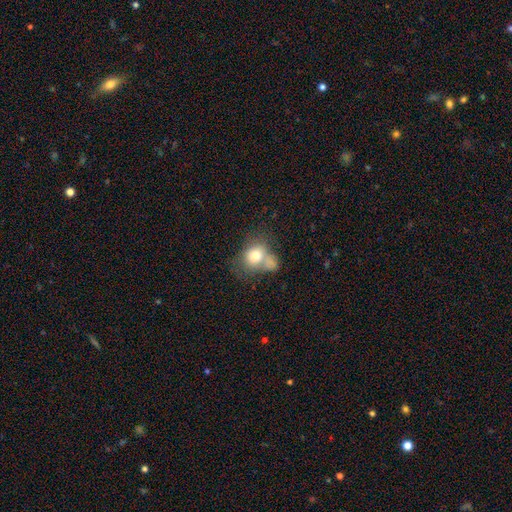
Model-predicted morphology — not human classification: smooth-or-featured: smooth: 74% | featured or disk: 17% | star or artifact: 9%
  how-rounded: round: 52% | in between: 47% | cigar-shaped: 1%
  merging: merger: 43% | none: 29% | minor disturbance: 16% | major disturbance: 12%